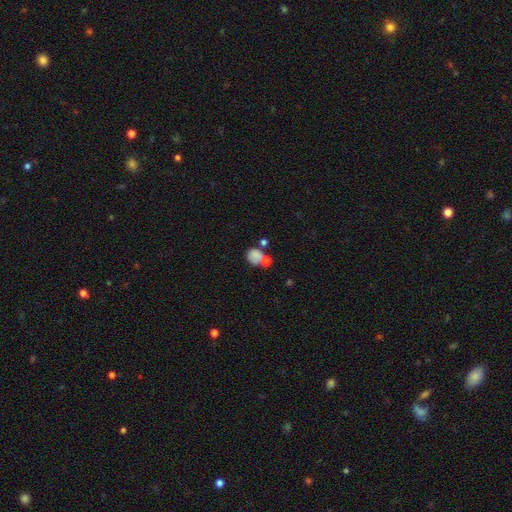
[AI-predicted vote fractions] Morphology: type=smooth (79%); roundness=round (66%); merging=none (42%).